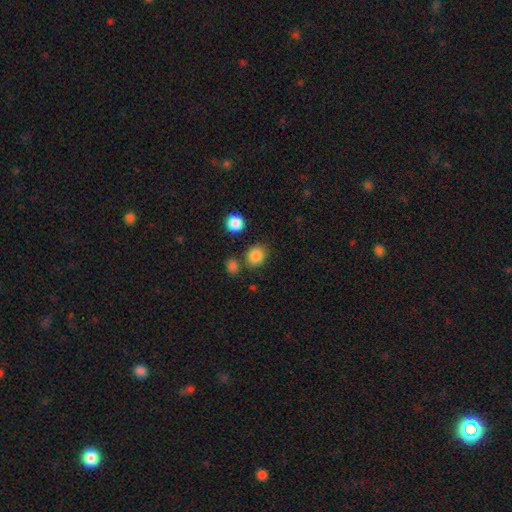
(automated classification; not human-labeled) Morphology: type=smooth (85%); roundness=round (73%); merging=none (78%).